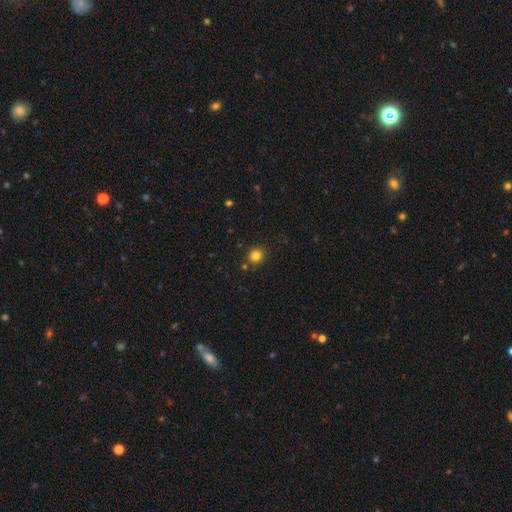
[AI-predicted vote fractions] Smooth or featured: smooth — 81% (star or artifact — 13%)
How rounded: round — 85% (in between — 14%)
Merging: none — 85% (minor disturbance — 9%)